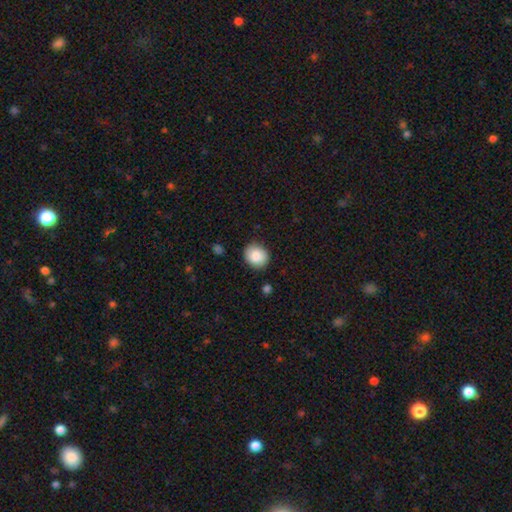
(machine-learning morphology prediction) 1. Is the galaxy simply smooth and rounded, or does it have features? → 86% smooth, 8% star or artifact, 6% featured or disk.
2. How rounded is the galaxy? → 69% round, 30% in between, 1% cigar-shaped.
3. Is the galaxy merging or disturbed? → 86% none, 10% minor disturbance, 2% major disturbance, 1% merger.